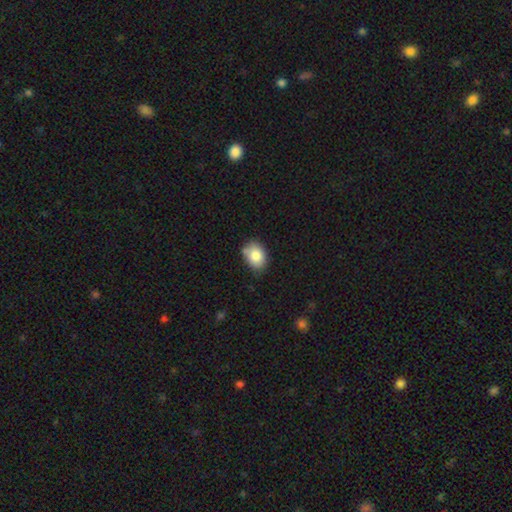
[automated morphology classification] This is clearly a smooth galaxy (84%). How rounded: likely in between (74%). Merging: likely none (71%).